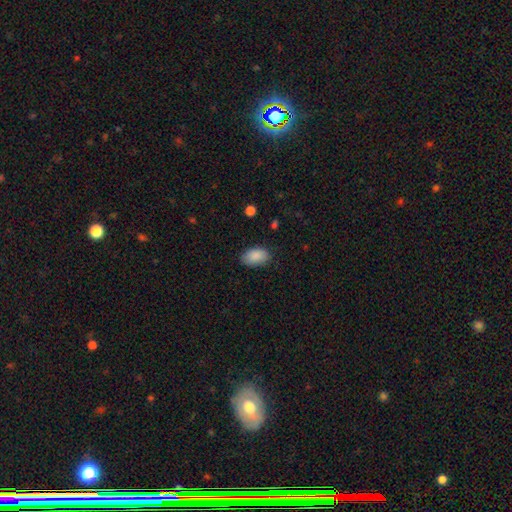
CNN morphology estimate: The model was most divided on "merging": none: 81%, minor disturbance: 15%, major disturbance: 3%, merger: 1%. More confident: how rounded — in between (92%); smooth or featured — smooth (89%).